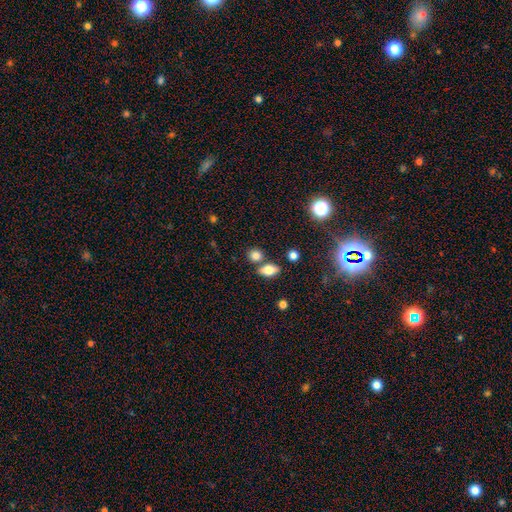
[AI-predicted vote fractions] Morphology: type=smooth (79%); roundness=round (59%); merging=none (66%).